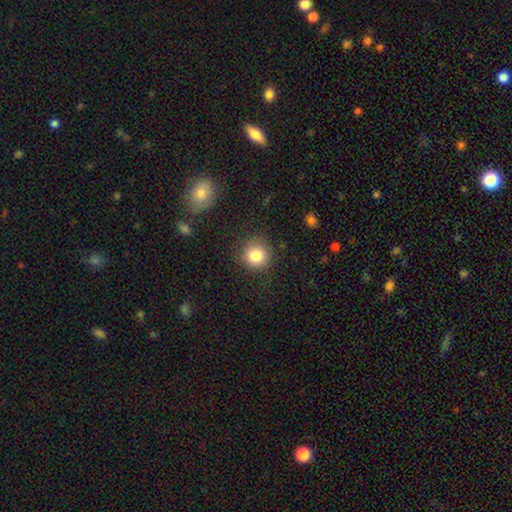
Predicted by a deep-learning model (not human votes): smooth 82%, star or artifact 11%, featured or disk 7%. Down the decision tree: how rounded — round (92%); merging — none (85%).